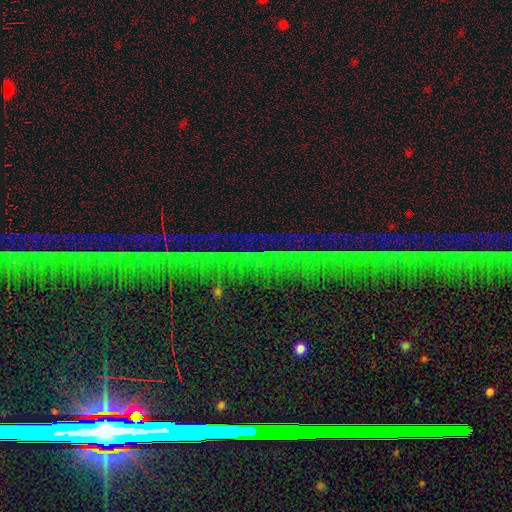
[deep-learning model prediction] smooth_or_featured: star or artifact (p=0.83) [alt: featured or disk p=0.11]